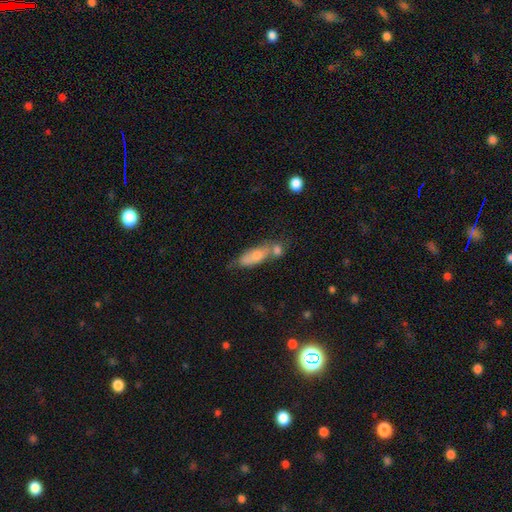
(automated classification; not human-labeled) smooth-or-featured: smooth: 67% | featured or disk: 25% | star or artifact: 8%
  how-rounded: in between: 59% | cigar-shaped: 37% | round: 4%
  merging: merger: 45% | none: 32% | minor disturbance: 16% | major disturbance: 8%